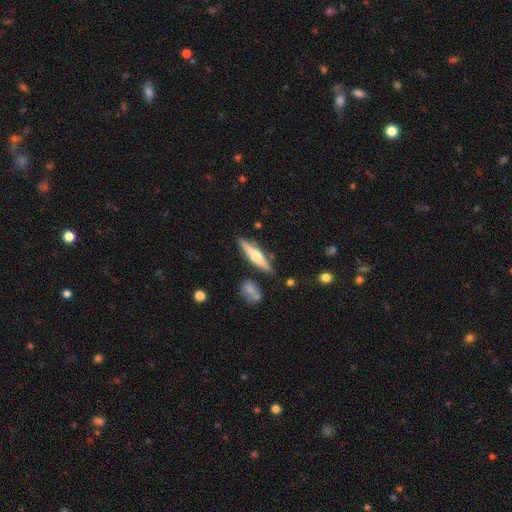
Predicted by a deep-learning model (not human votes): A featured or disk galaxy (58%) viewed edge-on (95%) with a rounded central bulge (91%). Merging: none (84%).